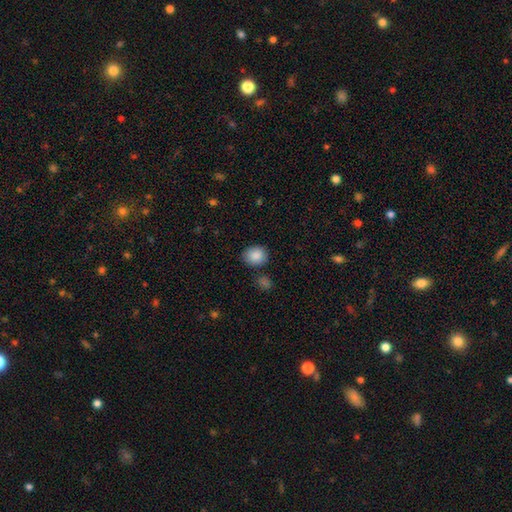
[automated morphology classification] Smooth or featured?
  - smooth: 88% *
  - star or artifact: 8%
  - featured or disk: 4%
How rounded?
  - round: 61% *
  - in between: 38%
  - cigar-shaped: 1%
Merging?
  - none: 79% *
  - minor disturbance: 14%
  - merger: 4%
  - major disturbance: 3%